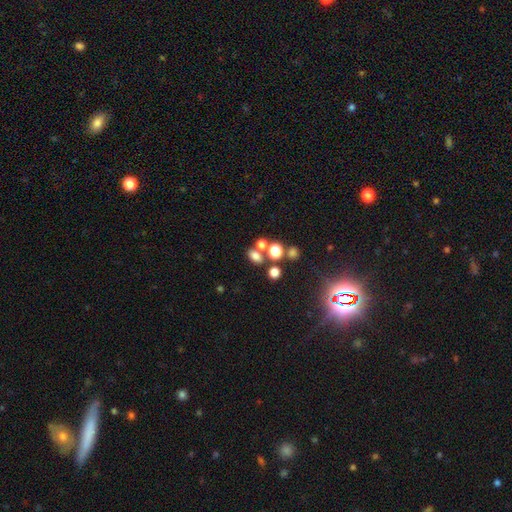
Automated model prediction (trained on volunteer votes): A smooth galaxy with no disk features (71%) that is in between round and cigar-shaped (64%).

Vote fractions:
- Smooth or featured? smooth: 71% / star or artifact: 18% / featured or disk: 10%
- How rounded? in between: 64% / round: 34% / cigar-shaped: 2%
- Merging? none: 58% / merger: 26% / minor disturbance: 11% / major disturbance: 5%